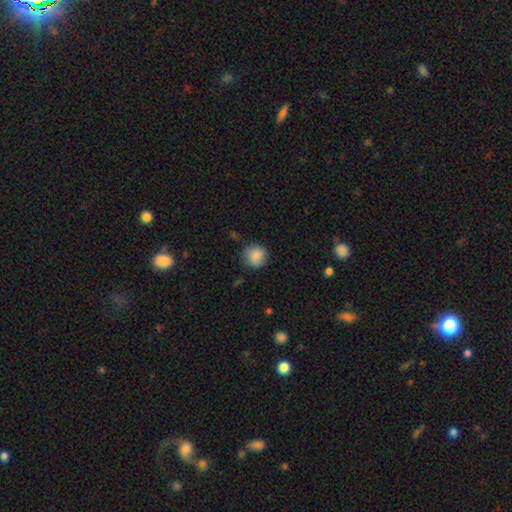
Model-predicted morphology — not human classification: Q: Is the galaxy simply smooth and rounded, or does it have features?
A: smooth — 86%.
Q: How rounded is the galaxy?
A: round — 90%.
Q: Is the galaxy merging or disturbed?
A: none — 79%.